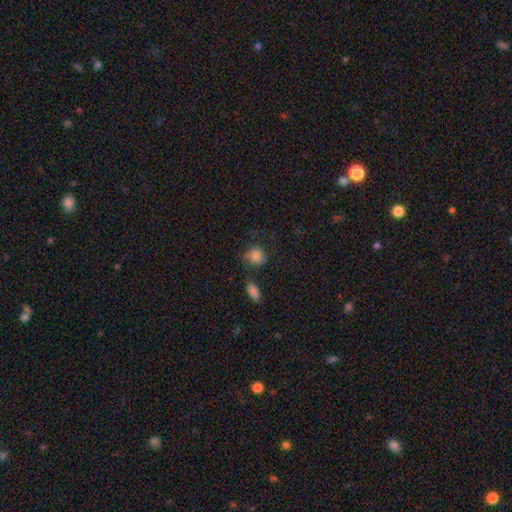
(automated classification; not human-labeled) smooth_or_featured: smooth (p=0.81) [alt: star or artifact p=0.10]
how_rounded: round (p=0.73) [alt: in between p=0.26]
merging: none (p=0.55) [alt: minor disturbance p=0.23]